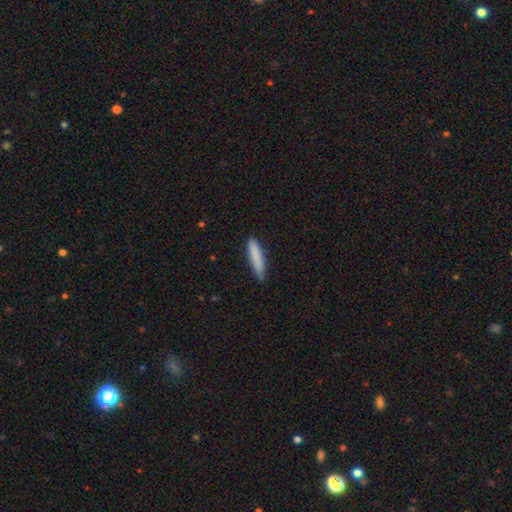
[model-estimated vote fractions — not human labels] A smooth galaxy with no disk features (84%) that is cigar-shaped (87%). Merging: none (81%).